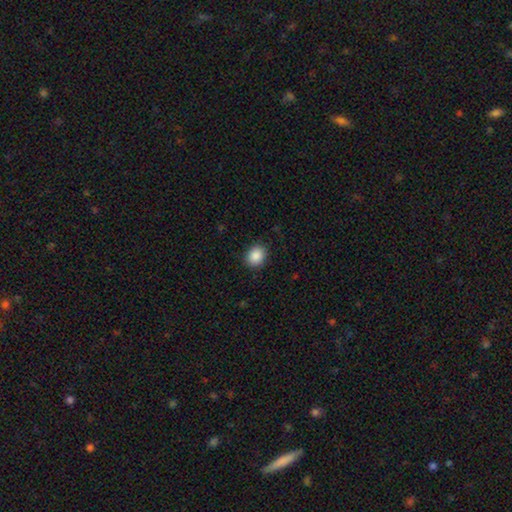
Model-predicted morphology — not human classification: smooth-or-featured: smooth: 88% | star or artifact: 8% | featured or disk: 3%
  how-rounded: round: 59% | in between: 40% | cigar-shaped: 1%
  merging: none: 88% | minor disturbance: 9% | major disturbance: 2% | merger: 1%